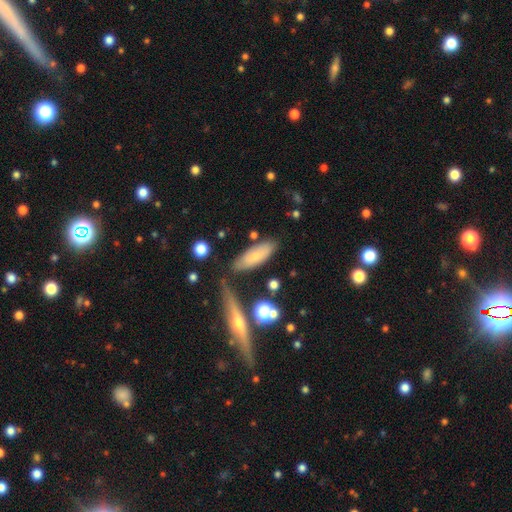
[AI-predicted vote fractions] This is likely a smooth galaxy (68%). How rounded: likely in between (62%). Merging: likely none (72%).